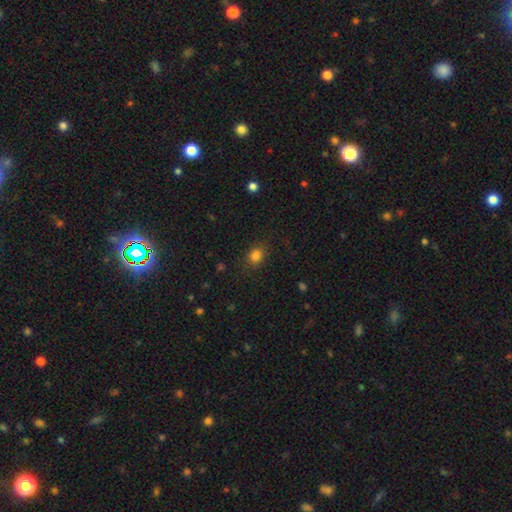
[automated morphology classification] smooth-or-featured: smooth: 82% | star or artifact: 13% | featured or disk: 5%
  how-rounded: round: 63% | in between: 36% | cigar-shaped: 1%
  merging: none: 83% | minor disturbance: 12% | major disturbance: 4% | merger: 1%